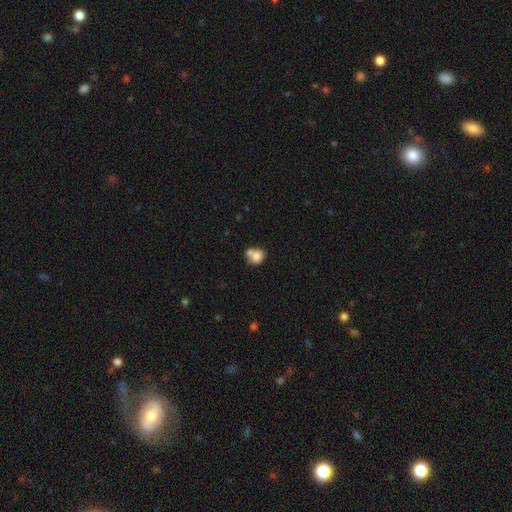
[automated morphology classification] Smooth or featured: smooth — 77% (featured or disk — 14%)
How rounded: round — 60% (in between — 39%)
Merging: merger — 50% (none — 34%)